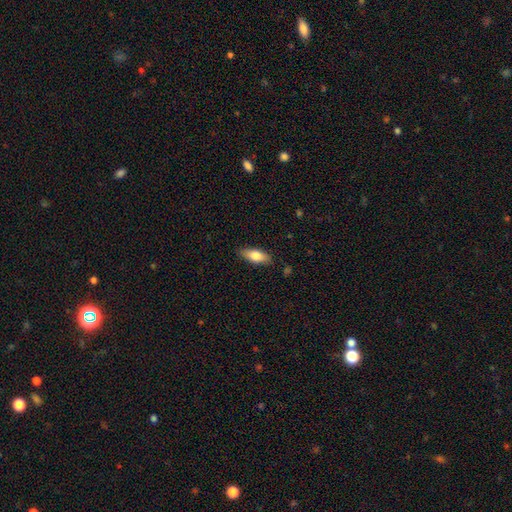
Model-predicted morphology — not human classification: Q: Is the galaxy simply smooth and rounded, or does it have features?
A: smooth — 74%.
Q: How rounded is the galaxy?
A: in between — 75%.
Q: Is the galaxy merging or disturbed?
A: none — 84%.